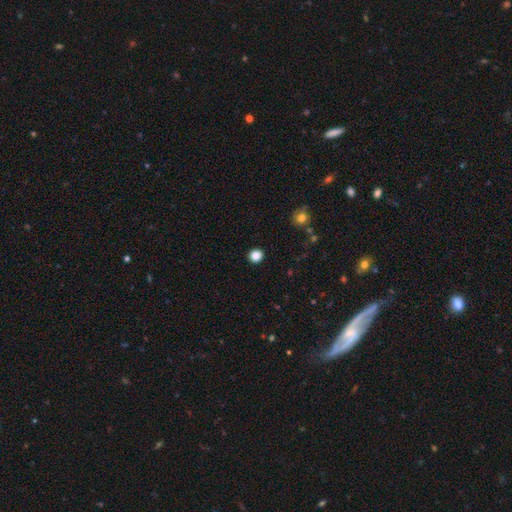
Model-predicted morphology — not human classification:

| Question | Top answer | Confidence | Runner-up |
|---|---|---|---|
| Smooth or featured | smooth | 86% | star or artifact (11%) |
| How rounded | round | 87% | in between (12%) |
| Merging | none | 92% | minor disturbance (5%) |